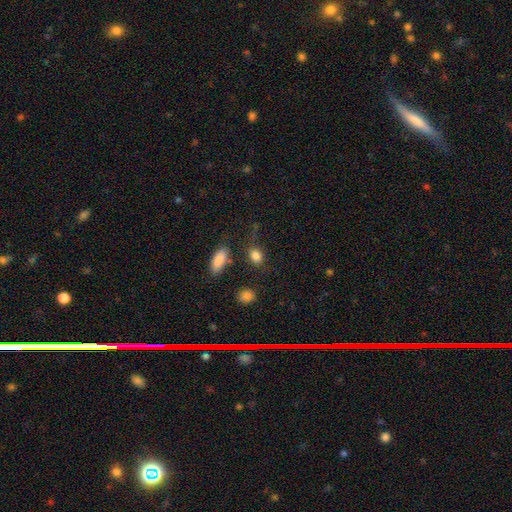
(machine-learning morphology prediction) Smooth or featured: smooth — 85% (star or artifact — 10%)
How rounded: in between — 57% (round — 41%)
Merging: none — 68% (minor disturbance — 18%)